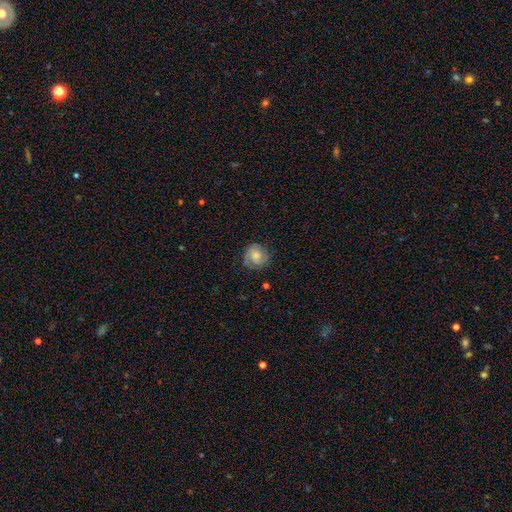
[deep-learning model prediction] Smooth or featured? Predicted: smooth (p=0.64). How rounded? Predicted: round (p=0.82). Merging? Predicted: none (p=0.69).